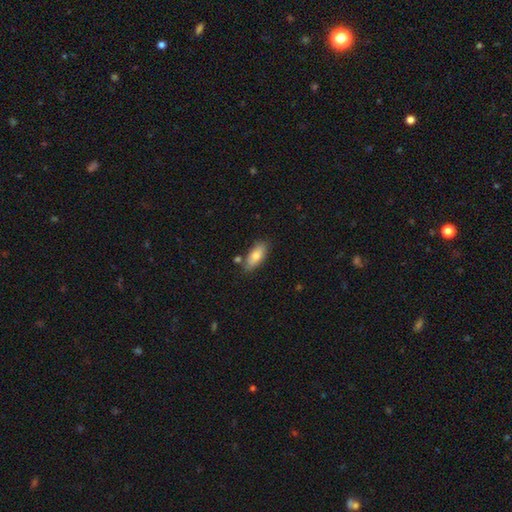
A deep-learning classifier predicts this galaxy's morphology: Smooth or featured? Predicted: smooth (p=0.79). How rounded? Predicted: in between (p=0.79). Merging? Predicted: none (p=0.76).